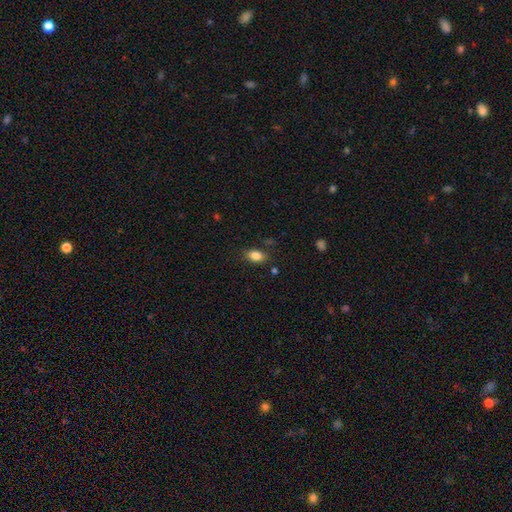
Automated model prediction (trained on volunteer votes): Smooth or featured?
  - smooth: 85% *
  - star or artifact: 9%
  - featured or disk: 6%
How rounded?
  - in between: 86% *
  - round: 12%
  - cigar-shaped: 3%
Merging?
  - none: 83% *
  - minor disturbance: 12%
  - major disturbance: 3%
  - merger: 2%